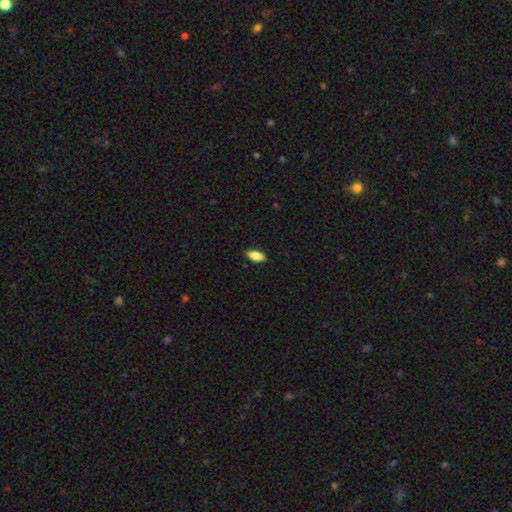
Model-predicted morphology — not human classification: A smooth galaxy with no disk features (85%) that is in between round and cigar-shaped (84%).

Vote fractions:
- Smooth or featured? smooth: 85% / featured or disk: 9% / star or artifact: 7%
- How rounded? in between: 84% / cigar-shaped: 13% / round: 2%
- Merging? none: 89% / minor disturbance: 9% / major disturbance: 2% / merger: 1%